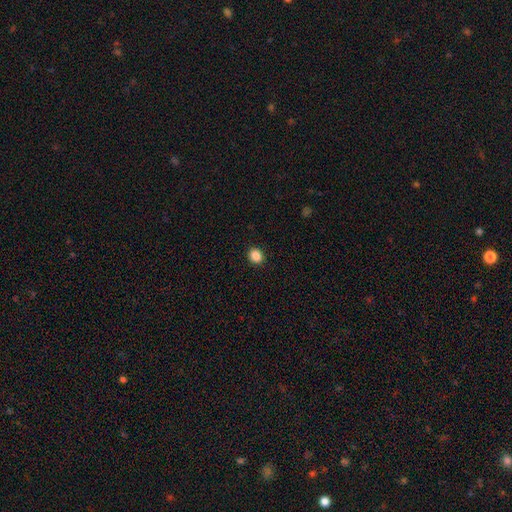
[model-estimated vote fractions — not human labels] Smooth or featured?
  - smooth: 86% *
  - star or artifact: 10%
  - featured or disk: 3%
How rounded?
  - round: 73% *
  - in between: 27%
  - cigar-shaped: 1%
Merging?
  - none: 92% *
  - minor disturbance: 6%
  - major disturbance: 2%
  - merger: 1%